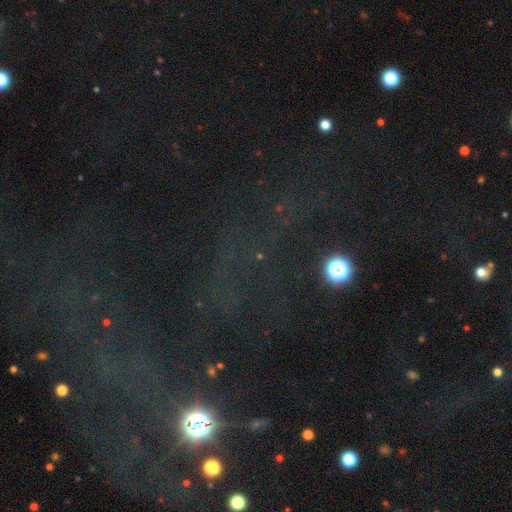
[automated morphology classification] Smooth or featured?
  - star or artifact: 71% *
  - smooth: 17%
  - featured or disk: 12%